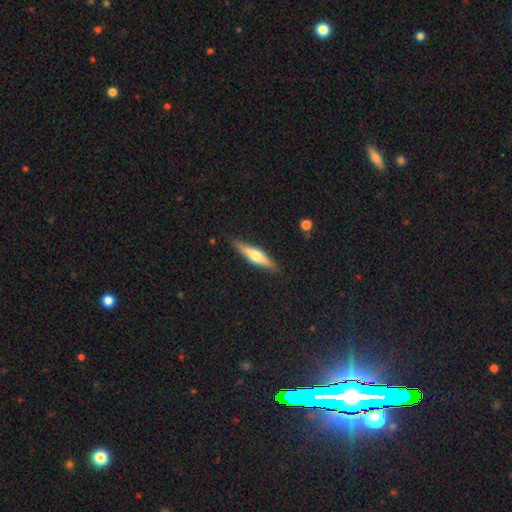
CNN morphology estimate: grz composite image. It shows a featured or disk galaxy (54%) viewed edge-on (95%) with a rounded central bulge (87%). Merging: none (89%).